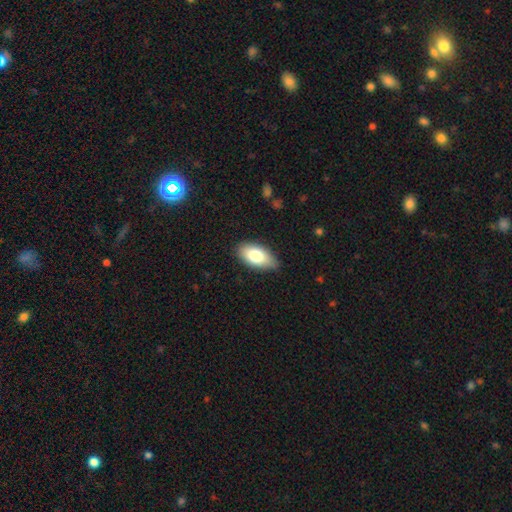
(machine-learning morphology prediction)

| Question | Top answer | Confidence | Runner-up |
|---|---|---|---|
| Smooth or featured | smooth | 79% | featured or disk (15%) |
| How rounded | in between | 93% | cigar-shaped (4%) |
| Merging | none | 79% | minor disturbance (17%) |